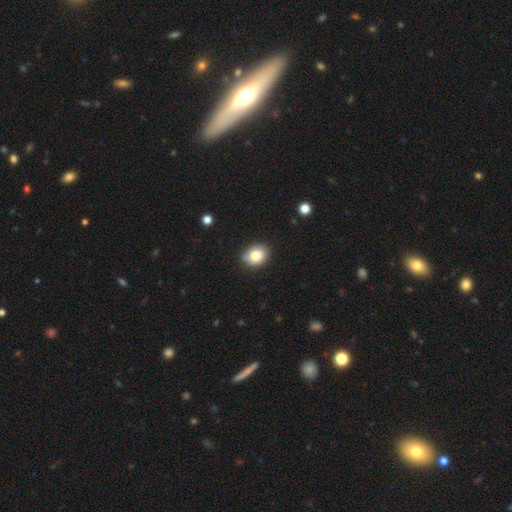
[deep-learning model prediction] smooth 83%, star or artifact 9%, featured or disk 7%. Down the decision tree: how rounded — round (56%); merging — none (84%).